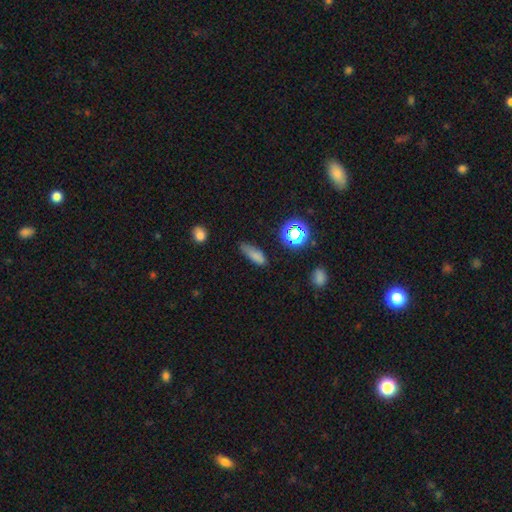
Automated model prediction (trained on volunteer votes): Q: Smooth or featured?
A: smooth (73%); runner-up: star or artifact (17%)
Q: How rounded?
A: cigar-shaped (47%); tied with: in between (47%)
Q: Merging?
A: none (62%); runner-up: minor disturbance (27%)